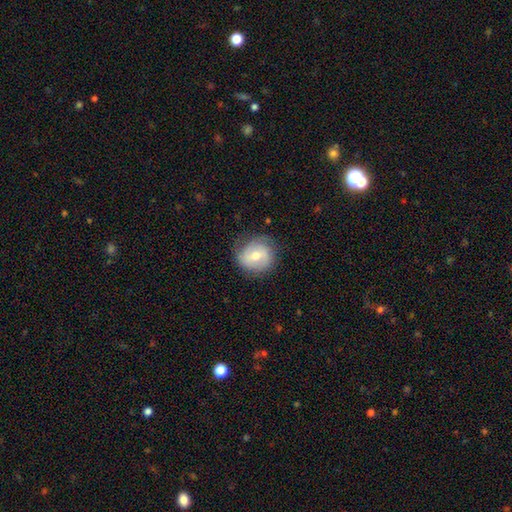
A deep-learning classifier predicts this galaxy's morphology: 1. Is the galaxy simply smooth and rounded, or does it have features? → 48% featured or disk, 45% smooth, 7% star or artifact.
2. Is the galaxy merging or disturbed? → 73% none, 19% minor disturbance, 6% major disturbance, 1% merger.